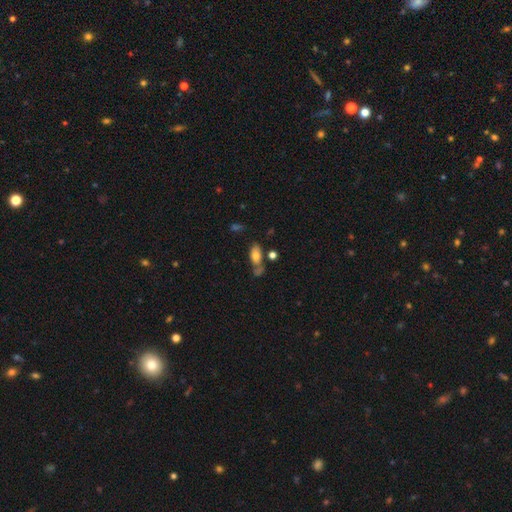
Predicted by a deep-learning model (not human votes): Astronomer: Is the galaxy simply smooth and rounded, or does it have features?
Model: smooth — 73%.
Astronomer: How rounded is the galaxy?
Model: in between — 87%.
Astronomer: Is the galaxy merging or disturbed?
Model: none — 48%.